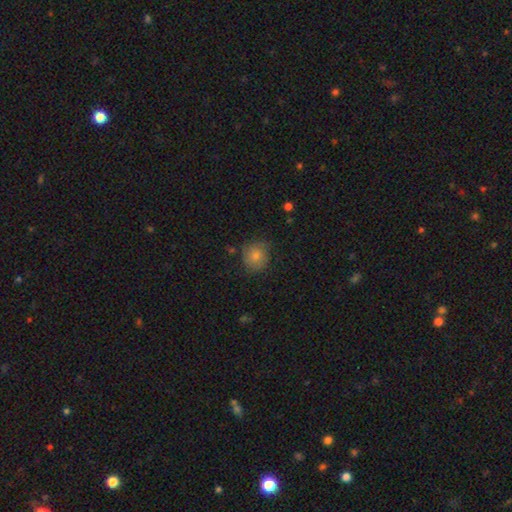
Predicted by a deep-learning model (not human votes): This appears to be a smooth galaxy with no disk features (77%) that is round (84%). Merging: none (78%).